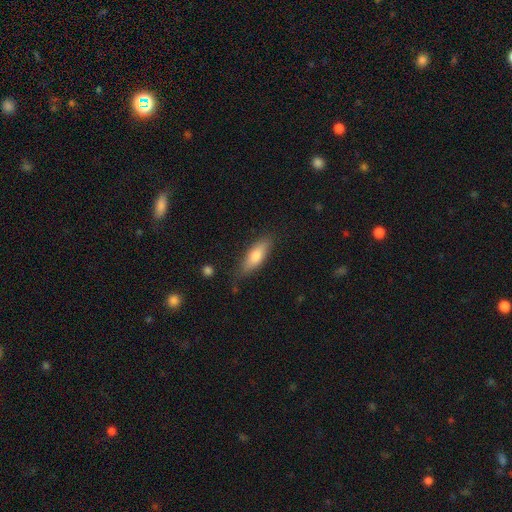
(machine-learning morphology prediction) Smooth or featured? smooth (73%)
How rounded? in between (59%)
Merging? none (76%)